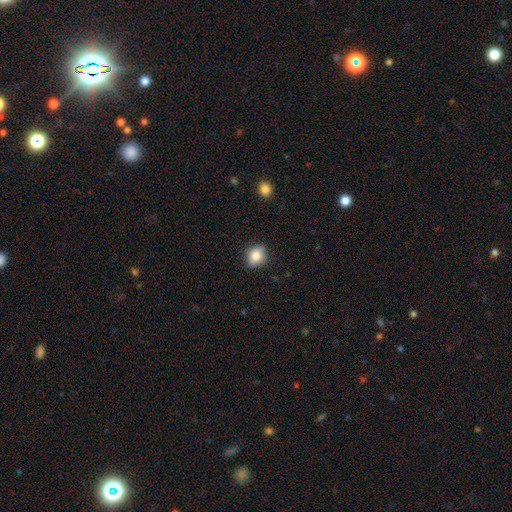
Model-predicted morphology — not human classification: Smooth or featured? Predicted: smooth (p=0.80). How rounded? Predicted: round (p=0.55). Merging? Predicted: none (p=0.82).